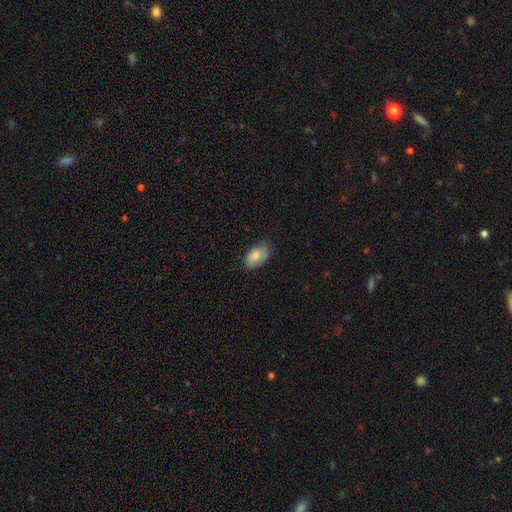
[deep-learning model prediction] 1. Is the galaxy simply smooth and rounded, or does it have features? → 83% smooth, 10% featured or disk, 7% star or artifact.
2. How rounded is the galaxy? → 93% in between, 6% round, 1% cigar-shaped.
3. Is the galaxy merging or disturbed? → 74% none, 21% minor disturbance, 4% major disturbance, 1% merger.